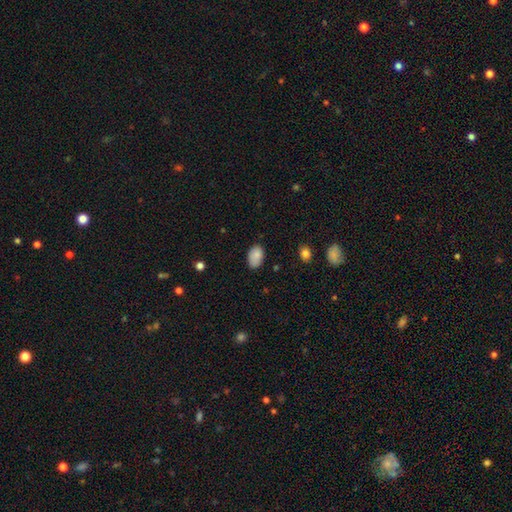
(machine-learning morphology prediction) Overall: smooth (85%). How rounded: in between (90%). Merging: none (75%).